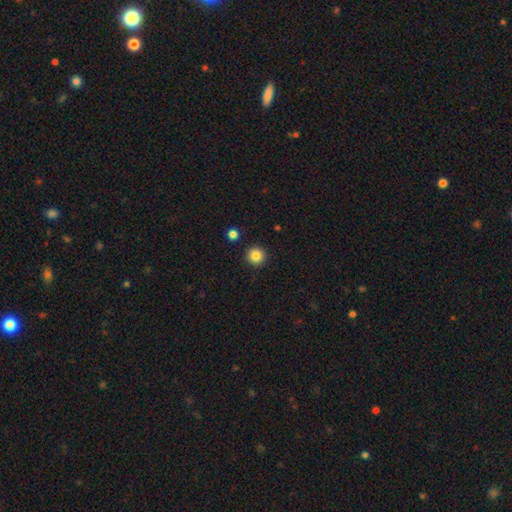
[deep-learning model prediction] A smooth galaxy with no disk features (85%) that is round (95%).

Vote fractions:
- Smooth or featured? smooth: 85% / star or artifact: 10% / featured or disk: 4%
- How rounded? round: 95% / in between: 4% / cigar-shaped: 1%
- Merging? none: 92% / minor disturbance: 5% / merger: 2% / major disturbance: 2%